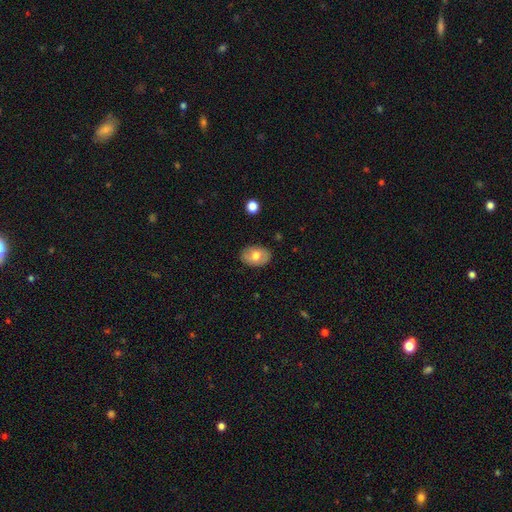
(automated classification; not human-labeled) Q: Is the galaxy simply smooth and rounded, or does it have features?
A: smooth — 69%.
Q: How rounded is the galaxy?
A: in between — 83%.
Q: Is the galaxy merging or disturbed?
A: none — 85%.